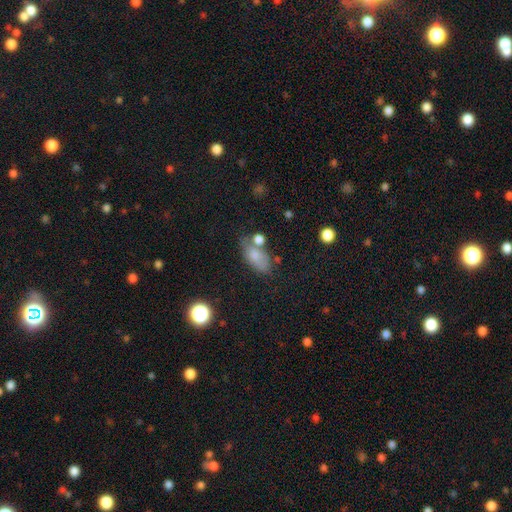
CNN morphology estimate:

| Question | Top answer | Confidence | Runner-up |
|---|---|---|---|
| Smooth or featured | smooth | 73% | featured or disk (16%) |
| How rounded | in between | 86% | round (8%) |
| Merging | none | 49% | minor disturbance (23%) |